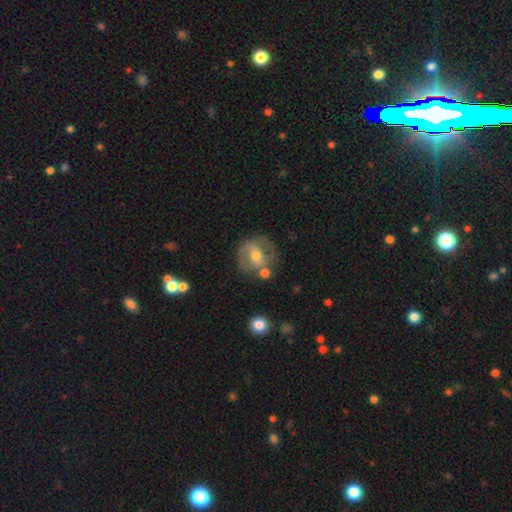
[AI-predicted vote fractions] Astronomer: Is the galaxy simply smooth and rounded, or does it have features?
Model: featured or disk — 61%.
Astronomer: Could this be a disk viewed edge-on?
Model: no — 96%.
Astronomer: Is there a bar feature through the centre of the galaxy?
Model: weak — 41% (runner-up: no, 37%).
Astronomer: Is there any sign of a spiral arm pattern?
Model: yes — 69%.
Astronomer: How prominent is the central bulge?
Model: moderate — 66%.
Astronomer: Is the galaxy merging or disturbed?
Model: none — 64%.